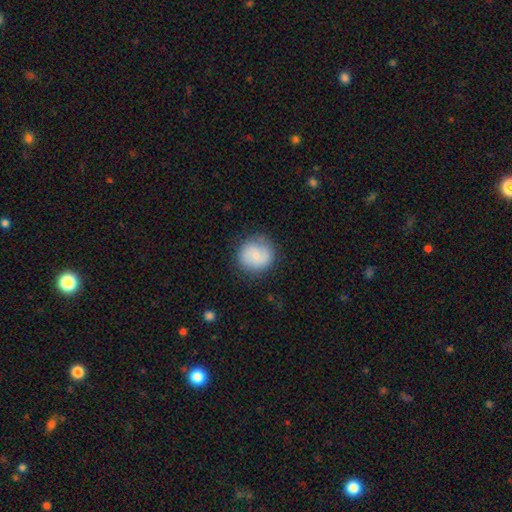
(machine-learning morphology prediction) A smooth galaxy with no disk features (65%) that is round (91%).

Vote fractions:
- Smooth or featured? smooth: 65% / featured or disk: 27% / star or artifact: 7%
- How rounded? round: 91% / in between: 8% / cigar-shaped: 1%
- Merging? none: 80% / minor disturbance: 14% / major disturbance: 5% / merger: 1%